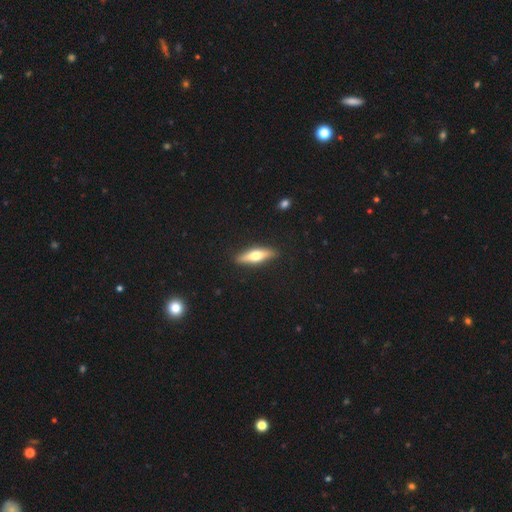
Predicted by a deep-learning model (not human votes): A smooth galaxy with no disk features (50%) that is cigar-shaped (64%). Merging: none (90%).